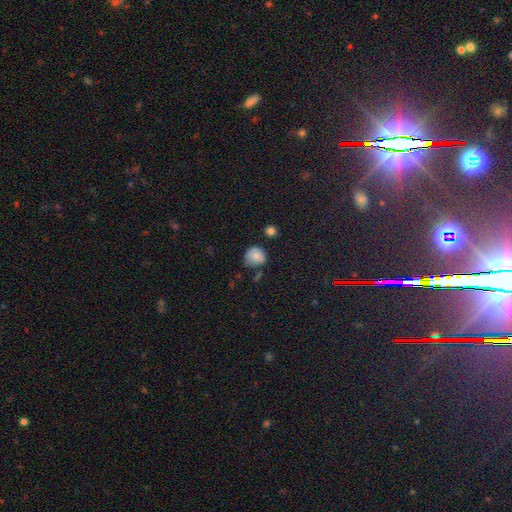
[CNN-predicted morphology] smooth-or-featured: smooth: 83% | star or artifact: 9% | featured or disk: 8%
  how-rounded: round: 85% | in between: 14% | cigar-shaped: 1%
  merging: none: 63% | minor disturbance: 27% | merger: 5% | major disturbance: 5%